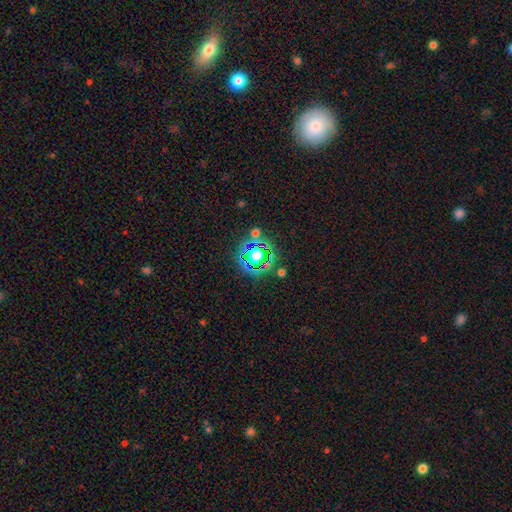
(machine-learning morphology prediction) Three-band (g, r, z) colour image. It shows a star or artifact, not a galaxy (53%).